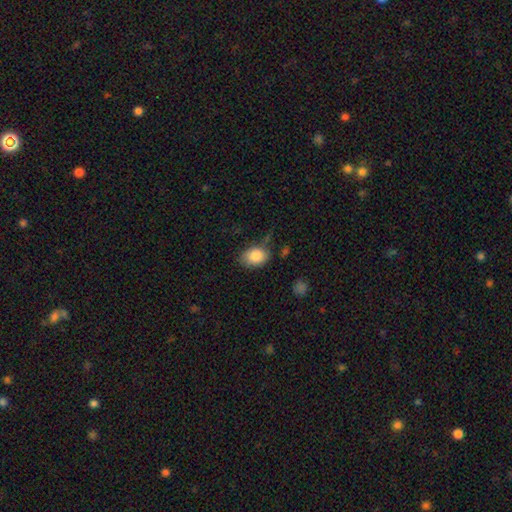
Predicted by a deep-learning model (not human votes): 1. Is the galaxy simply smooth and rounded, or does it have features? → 86% smooth, 8% star or artifact, 6% featured or disk.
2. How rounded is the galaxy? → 76% in between, 23% round, 1% cigar-shaped.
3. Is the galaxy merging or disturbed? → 62% none, 26% minor disturbance, 8% major disturbance, 4% merger.